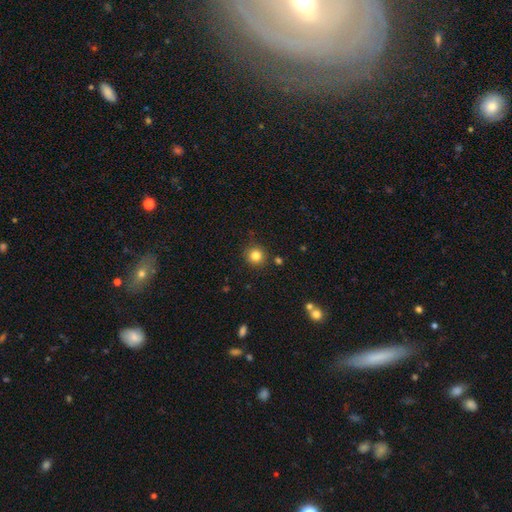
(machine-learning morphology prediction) This is clearly a smooth galaxy (82%). How rounded: clearly round (94%). Merging: clearly none (88%).